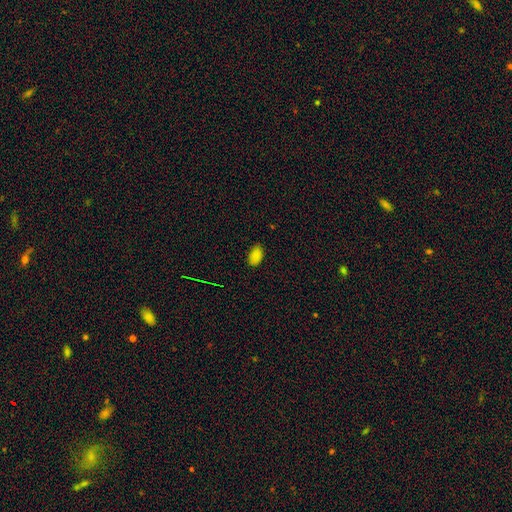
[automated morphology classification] Smooth or featured?
  - smooth: 83% *
  - star or artifact: 13%
  - featured or disk: 4%
How rounded?
  - in between: 92% *
  - round: 7%
  - cigar-shaped: 1%
Merging?
  - none: 81% *
  - minor disturbance: 15%
  - major disturbance: 3%
  - merger: 1%